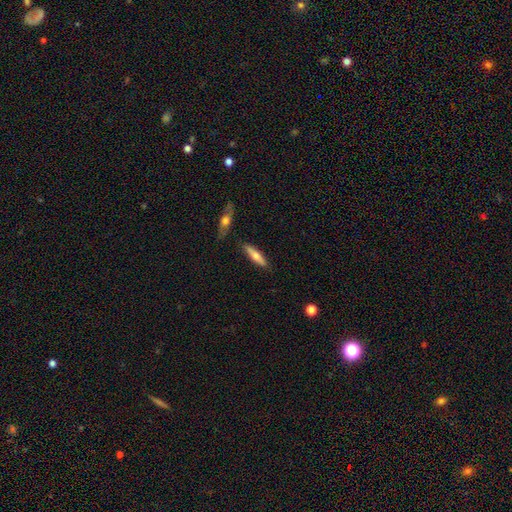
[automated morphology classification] Q: Smooth or featured?
A: smooth (56%); runner-up: featured or disk (38%)
Q: How rounded?
A: cigar-shaped (76%); runner-up: in between (22%)
Q: Merging?
A: none (85%); runner-up: minor disturbance (10%)